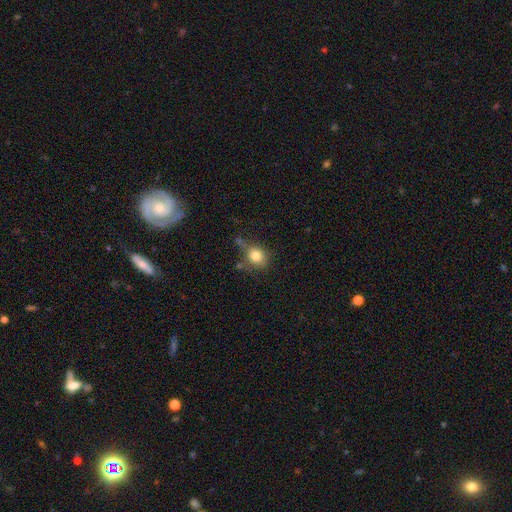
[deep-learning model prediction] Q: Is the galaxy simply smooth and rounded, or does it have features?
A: smooth — 80%.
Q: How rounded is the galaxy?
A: round — 72%.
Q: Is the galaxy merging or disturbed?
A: none — 56%.